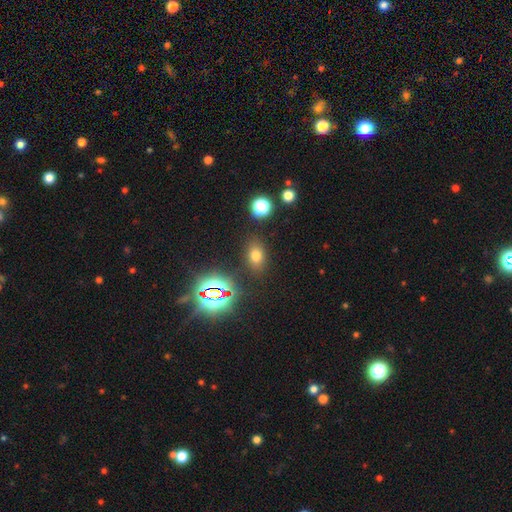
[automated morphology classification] A smooth galaxy with no disk features (68%) that is in between round and cigar-shaped (76%).

Vote fractions:
- Smooth or featured? smooth: 68% / star or artifact: 23% / featured or disk: 10%
- How rounded? in between: 76% / round: 22% / cigar-shaped: 2%
- Merging? none: 83% / minor disturbance: 10% / major disturbance: 4% / merger: 3%